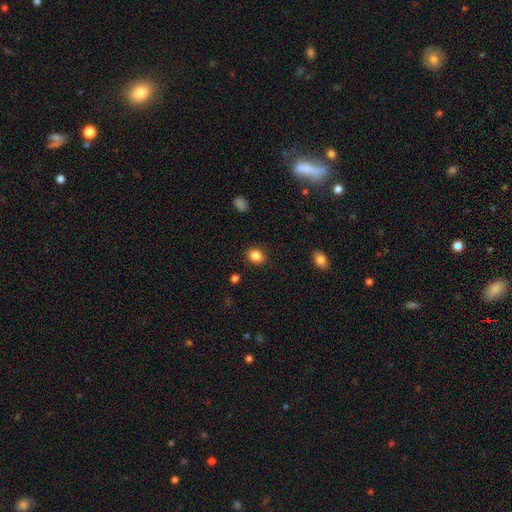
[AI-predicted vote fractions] Smooth or featured? smooth (86%)
How rounded? round (63%)
Merging? none (87%)